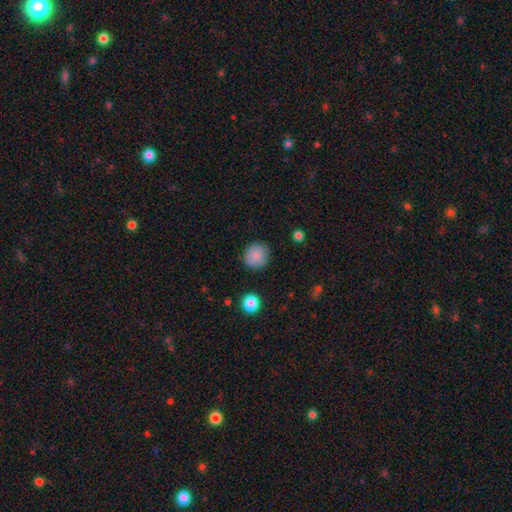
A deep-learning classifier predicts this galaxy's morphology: The model was most divided on "merging": none: 86%, minor disturbance: 10%, major disturbance: 3%, merger: 1%. More confident: how rounded — round (91%); smooth or featured — smooth (86%).